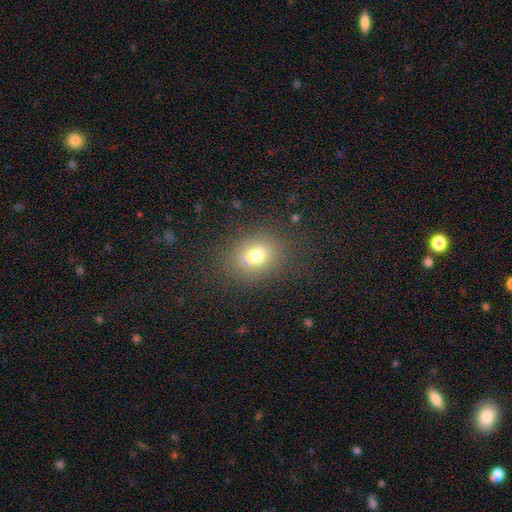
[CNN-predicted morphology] Q: Smooth or featured?
A: smooth (73%); runner-up: star or artifact (16%)
Q: How rounded?
A: round (56%); runner-up: in between (43%)
Q: Merging?
A: none (80%); runner-up: minor disturbance (12%)